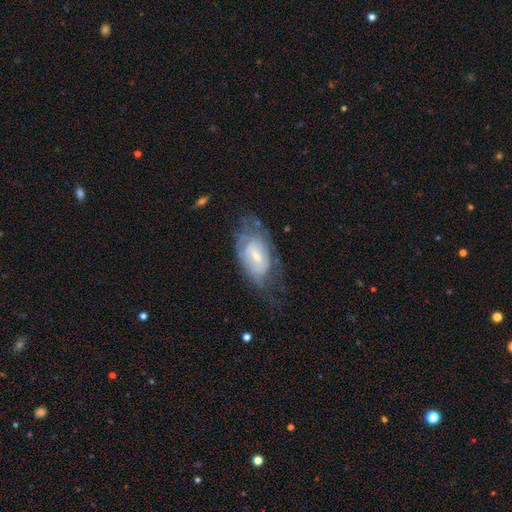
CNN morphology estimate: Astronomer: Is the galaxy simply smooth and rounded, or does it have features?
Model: featured or disk — 67%.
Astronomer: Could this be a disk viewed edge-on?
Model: no — 93%.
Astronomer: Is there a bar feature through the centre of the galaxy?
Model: weak — 49% (runner-up: no, 39%).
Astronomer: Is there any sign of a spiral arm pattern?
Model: yes — 70%.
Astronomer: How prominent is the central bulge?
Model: small — 53% (runner-up: moderate, 39%).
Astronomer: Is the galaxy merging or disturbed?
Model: none — 51% (runner-up: minor disturbance, 27%).